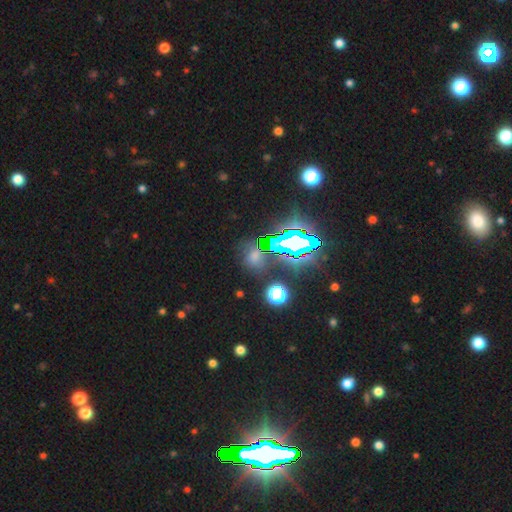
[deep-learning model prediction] smooth_or_featured: star or artifact (p=0.65) [alt: smooth p=0.25]